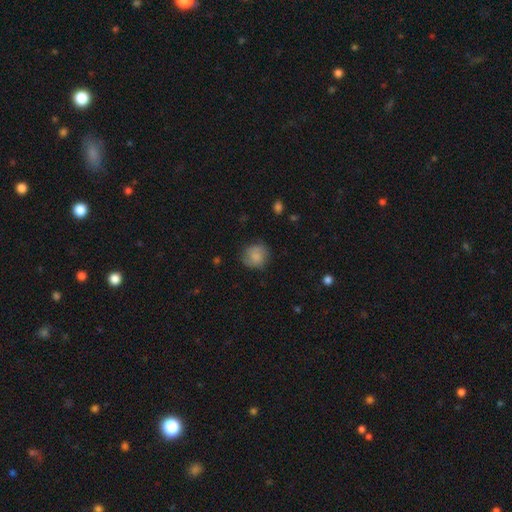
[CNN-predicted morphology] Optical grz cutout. It shows a smooth galaxy with no disk features (79%) that is round (85%). Merging: none (75%).